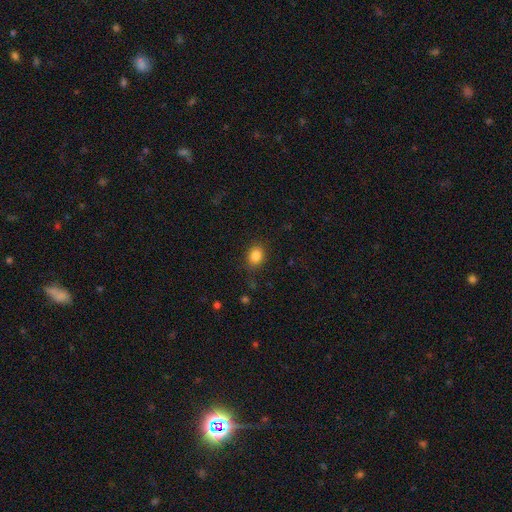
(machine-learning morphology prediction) Smooth or featured: smooth — 85% (star or artifact — 10%)
How rounded: in between — 51% (round — 48%)
Merging: none — 83% (minor disturbance — 13%)